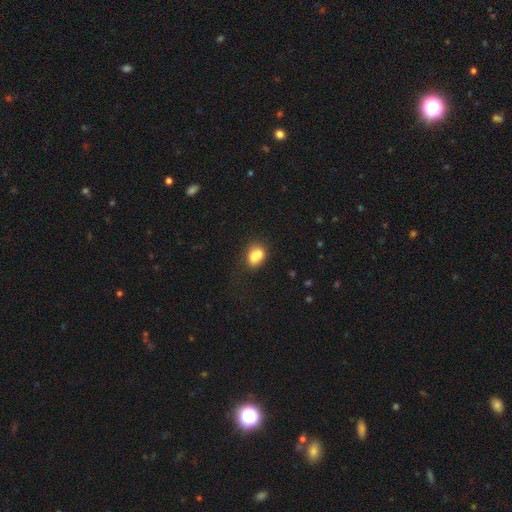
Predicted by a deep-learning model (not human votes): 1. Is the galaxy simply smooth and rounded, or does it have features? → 72% smooth, 18% featured or disk, 10% star or artifact.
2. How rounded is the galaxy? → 55% in between, 44% round, 1% cigar-shaped.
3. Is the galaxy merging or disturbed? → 49% merger, 33% none, 13% minor disturbance, 5% major disturbance.